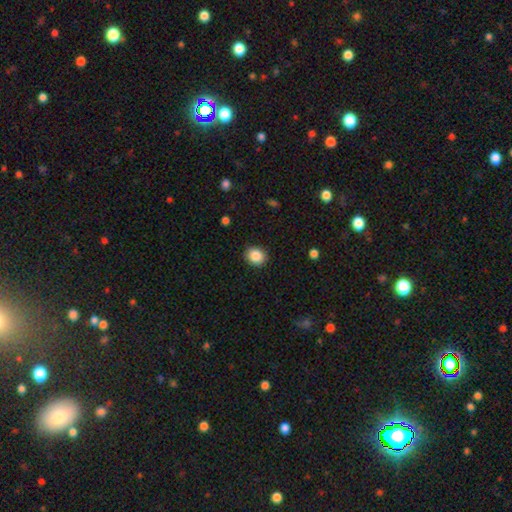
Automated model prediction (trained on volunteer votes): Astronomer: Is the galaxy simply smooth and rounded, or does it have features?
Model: smooth — 87%.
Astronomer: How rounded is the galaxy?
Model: round — 68%.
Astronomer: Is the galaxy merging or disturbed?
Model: none — 89%.